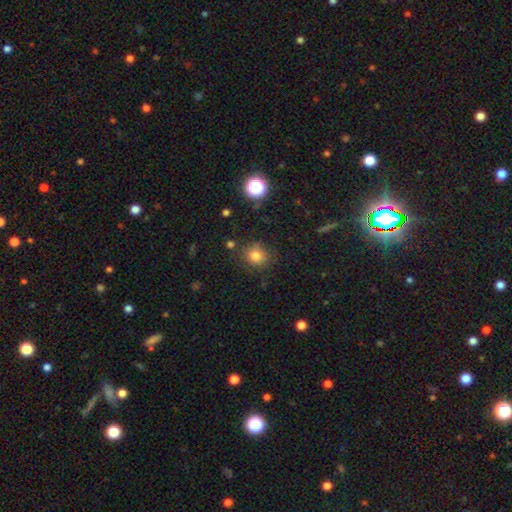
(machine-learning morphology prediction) Smooth or featured? Predicted: smooth (p=0.78). How rounded? Predicted: round (p=0.83). Merging? Predicted: none (p=0.80).